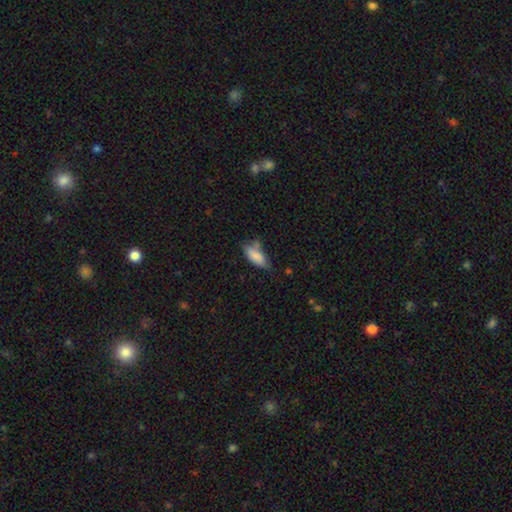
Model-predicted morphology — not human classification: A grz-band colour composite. It shows a smooth galaxy with no disk features (82%) that is in between round and cigar-shaped (80%). Merging: none (50%).